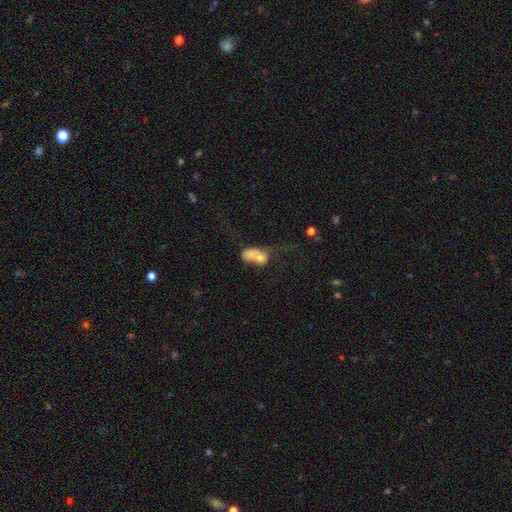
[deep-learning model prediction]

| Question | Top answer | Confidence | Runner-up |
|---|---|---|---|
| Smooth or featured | smooth | 66% | featured or disk (25%) |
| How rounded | in between | 71% | round (26%) |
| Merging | merger | 66% | none (13%) |